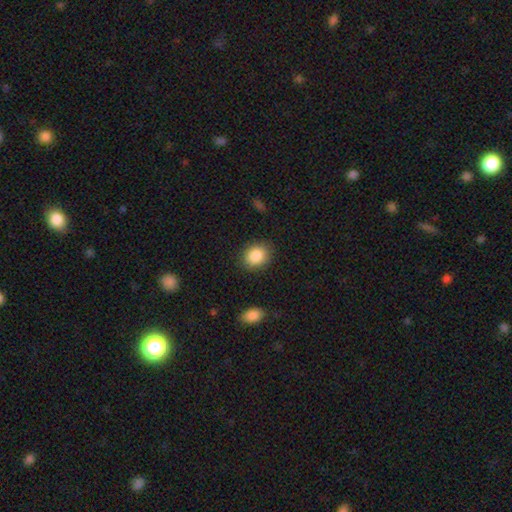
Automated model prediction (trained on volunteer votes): Smooth or featured?
  - smooth: 87% *
  - star or artifact: 8%
  - featured or disk: 5%
How rounded?
  - round: 52% *
  - in between: 47%
  - cigar-shaped: 1%
Merging?
  - none: 86% *
  - minor disturbance: 9%
  - major disturbance: 3%
  - merger: 1%